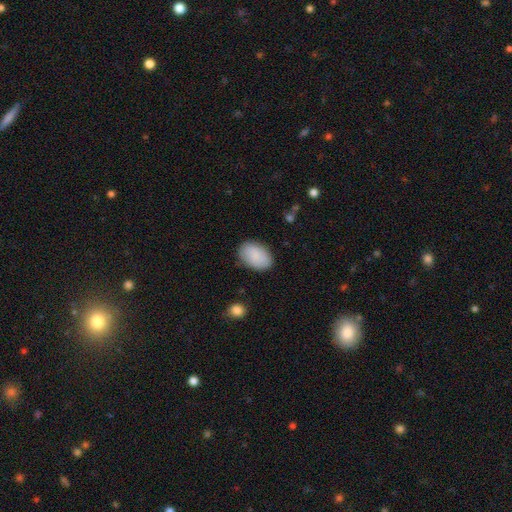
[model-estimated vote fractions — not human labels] smooth 86%, featured or disk 8%, star or artifact 6%. Down the decision tree: how rounded — in between (89%); merging — none (82%).